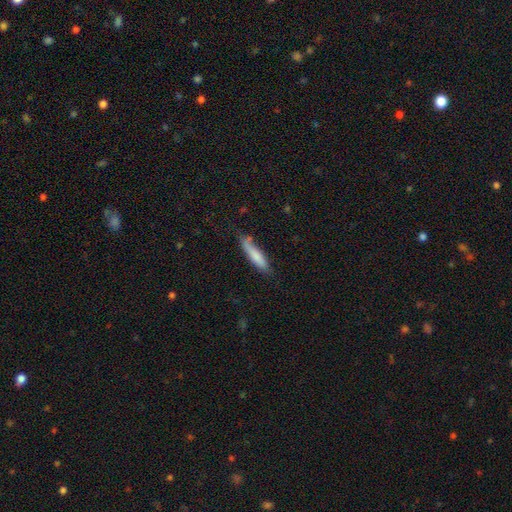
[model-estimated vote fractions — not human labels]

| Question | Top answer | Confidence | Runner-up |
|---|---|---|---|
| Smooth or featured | smooth | 79% | featured or disk (16%) |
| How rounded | cigar-shaped | 79% | in between (19%) |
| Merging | none | 66% | minor disturbance (25%) |